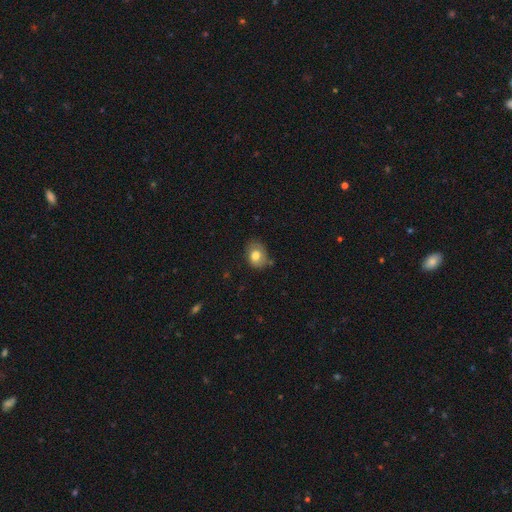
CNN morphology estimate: smooth_or_featured: smooth (p=0.77) [alt: featured or disk p=0.14]
how_rounded: in between (p=0.61) [alt: round p=0.38]
merging: none (p=0.61) [alt: minor disturbance p=0.29]